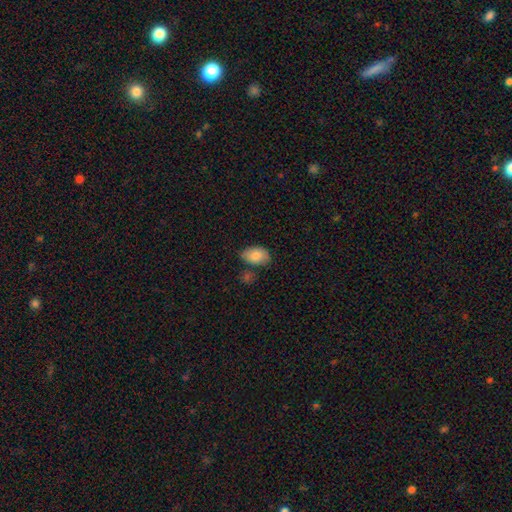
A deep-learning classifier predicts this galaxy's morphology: A smooth galaxy with no disk features (85%) that is in between round and cigar-shaped (89%). Merging: none (64%).